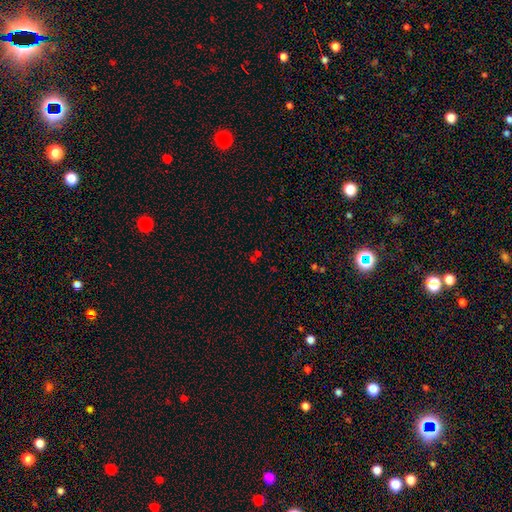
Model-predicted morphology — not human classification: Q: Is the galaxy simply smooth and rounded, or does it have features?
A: star or artifact — 52%.